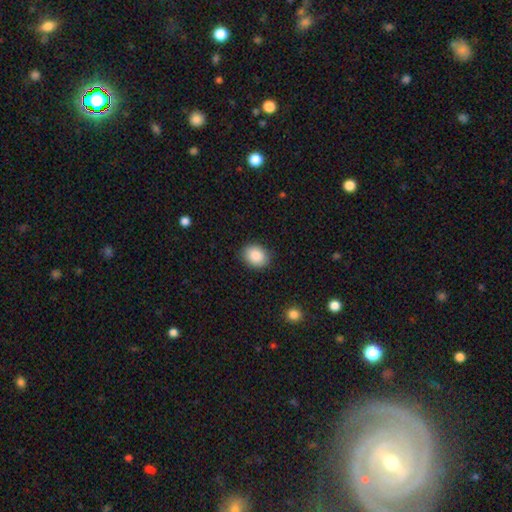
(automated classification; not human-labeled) smooth_or_featured: smooth (p=0.88) [alt: star or artifact p=0.07]
how_rounded: in between (p=0.53) [alt: round p=0.46]
merging: none (p=0.87) [alt: minor disturbance p=0.09]